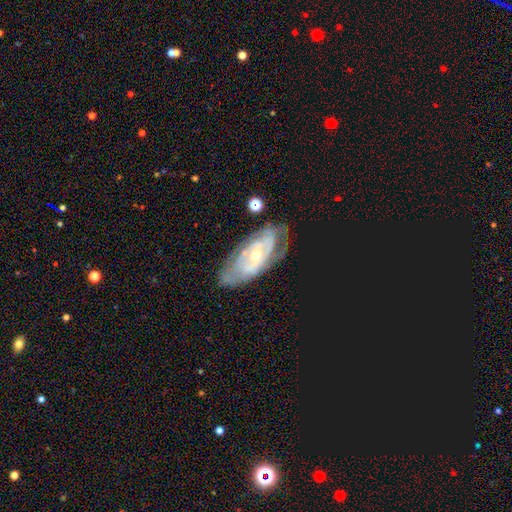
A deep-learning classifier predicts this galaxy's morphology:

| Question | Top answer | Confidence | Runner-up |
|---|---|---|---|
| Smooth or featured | featured or disk | 80% | smooth (14%) |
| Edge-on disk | no | 91% | yes (9%) |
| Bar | no | 71% | weak (22%) |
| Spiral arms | yes | 80% | no (20%) |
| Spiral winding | tight | 68% | medium (25%) |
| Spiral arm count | can't tell | 53% | 2 (25%) |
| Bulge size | small | 55% | moderate (41%) |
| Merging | none | 68% | minor disturbance (21%) |